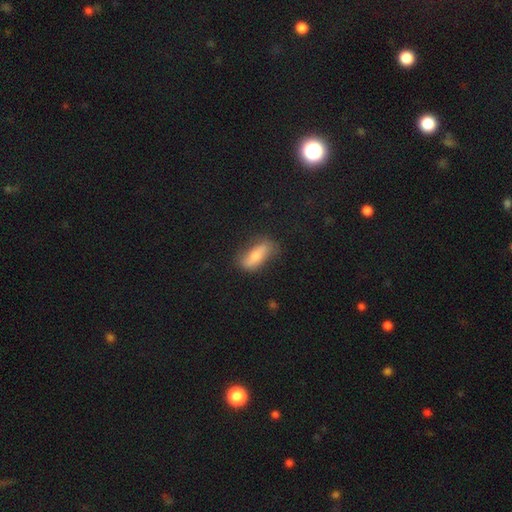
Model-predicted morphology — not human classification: smooth-or-featured: smooth: 63% | featured or disk: 28% | star or artifact: 9%
  how-rounded: in between: 67% | cigar-shaped: 30% | round: 3%
  merging: none: 72% | minor disturbance: 20% | major disturbance: 6% | merger: 2%